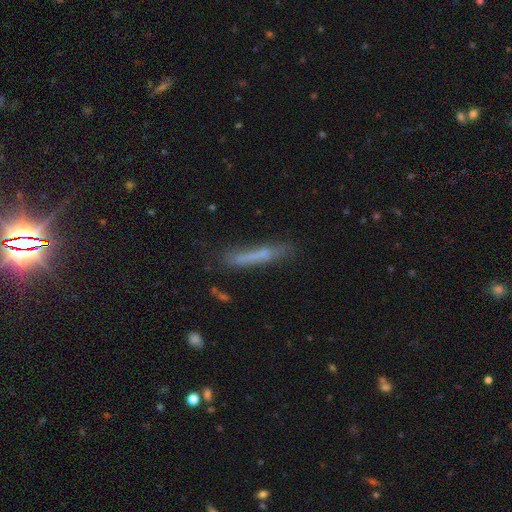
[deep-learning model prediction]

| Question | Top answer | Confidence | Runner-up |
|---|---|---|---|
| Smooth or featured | smooth | 60% | featured or disk (31%) |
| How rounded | cigar-shaped | 93% | in between (5%) |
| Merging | none | 69% | minor disturbance (21%) |